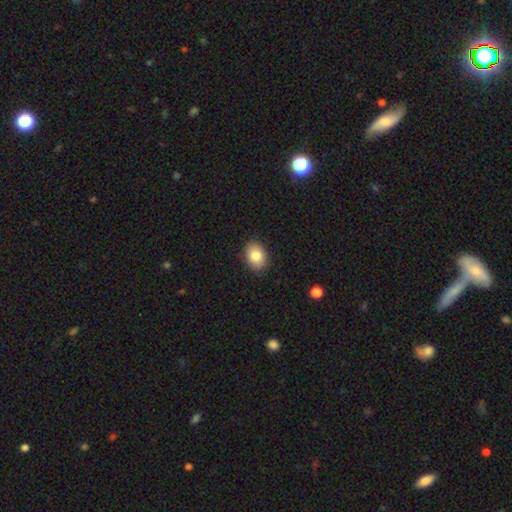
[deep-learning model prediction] Smooth or featured: smooth — 84% (featured or disk — 8%)
How rounded: in between — 75% (round — 24%)
Merging: none — 89% (minor disturbance — 8%)